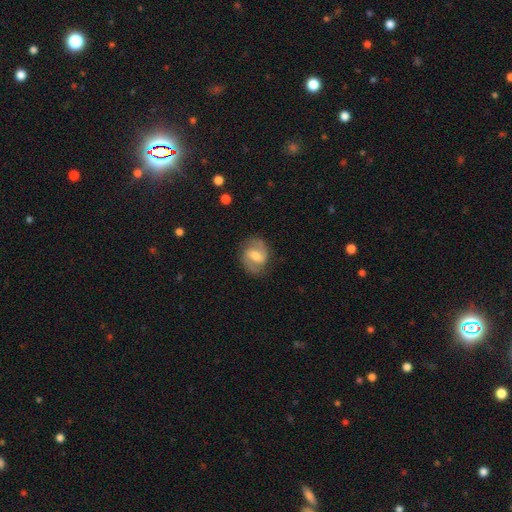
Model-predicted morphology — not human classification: smooth_or_featured: featured or disk (p=0.71) [alt: smooth p=0.22]
disk_edge_on: no (p=0.97) [alt: yes p=0.03]
bar: weak (p=0.55) [alt: strong p=0.27]
has_spiral_arms: yes (p=0.92) [alt: no p=0.08]
spiral_winding: medium (p=0.52) [alt: loose p=0.26]
spiral_arm_count: 2 (p=0.90) [alt: can't tell p=0.05]
bulge_size: moderate (p=0.52) [alt: small p=0.31]
merging: none (p=0.80) [alt: minor disturbance p=0.13]